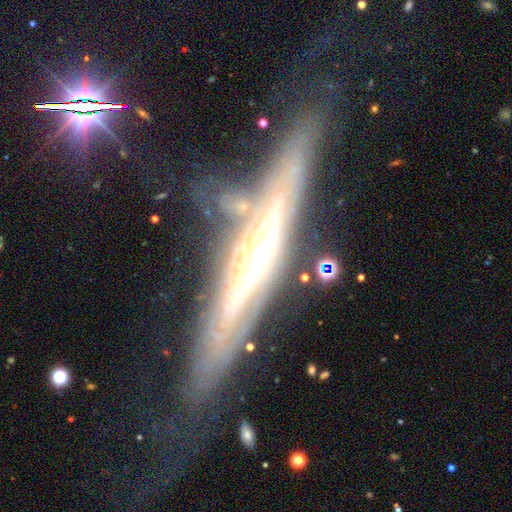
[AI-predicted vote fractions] smooth_or_featured: featured or disk (p=0.83) [alt: smooth p=0.10]
disk_edge_on: yes (p=0.87) [alt: no p=0.13]
edge_on_bulge: rounded (p=0.66) [alt: none p=0.22]
merging: none (p=0.59) [alt: minor disturbance p=0.22]